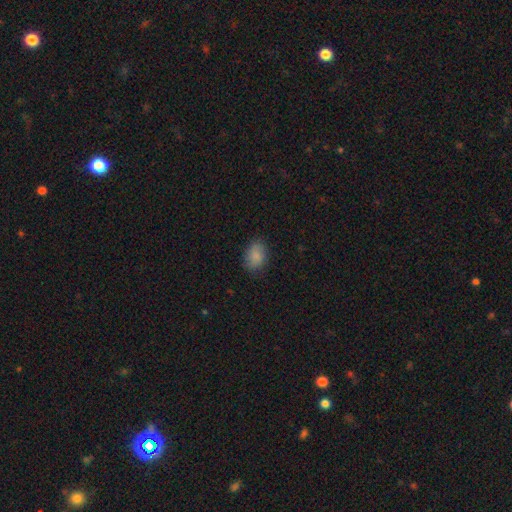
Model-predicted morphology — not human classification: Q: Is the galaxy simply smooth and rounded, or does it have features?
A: smooth — 85%.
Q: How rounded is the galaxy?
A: in between — 76%.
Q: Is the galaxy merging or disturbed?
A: none — 80%.